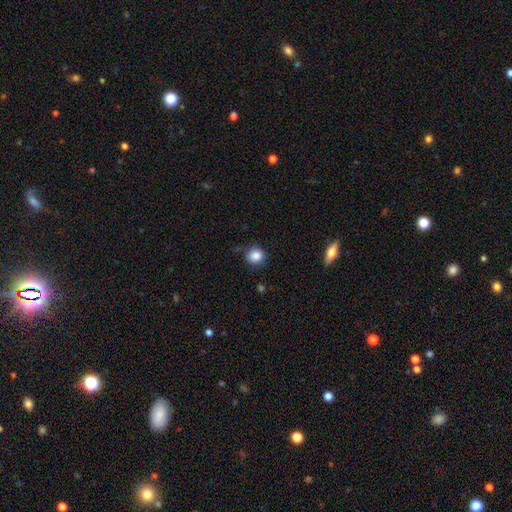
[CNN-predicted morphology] smooth-or-featured: smooth: 85% | star or artifact: 10% | featured or disk: 5%
  how-rounded: round: 82% | in between: 17% | cigar-shaped: 1%
  merging: none: 75% | minor disturbance: 18% | major disturbance: 4% | merger: 3%